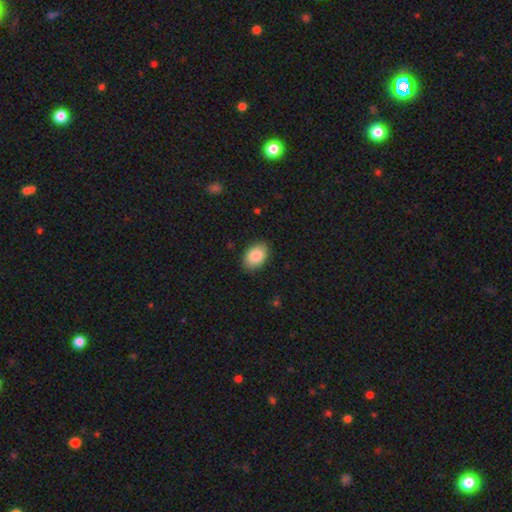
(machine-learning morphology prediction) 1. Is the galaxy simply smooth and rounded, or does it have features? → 87% smooth, 7% featured or disk, 6% star or artifact.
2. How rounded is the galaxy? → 88% in between, 11% round, 1% cigar-shaped.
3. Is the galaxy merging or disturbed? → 88% none, 9% minor disturbance, 2% major disturbance, 1% merger.